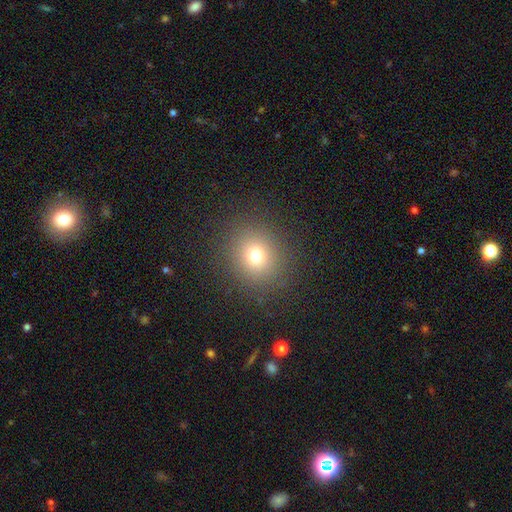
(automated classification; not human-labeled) A smooth galaxy with no disk features (72%) that is round (85%). Merging: none (88%).